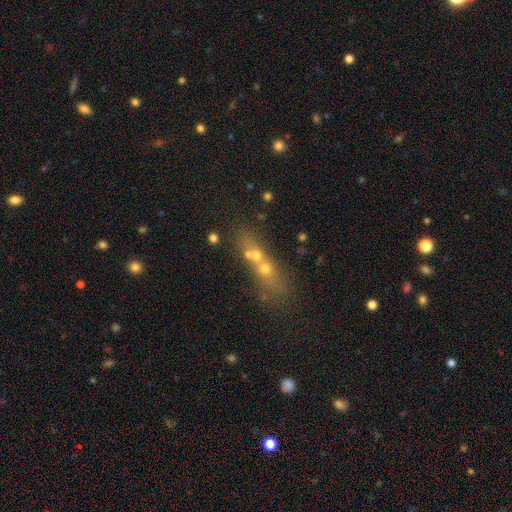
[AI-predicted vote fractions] This is possibly a smooth galaxy (47%). Merging: possibly merger (53%).